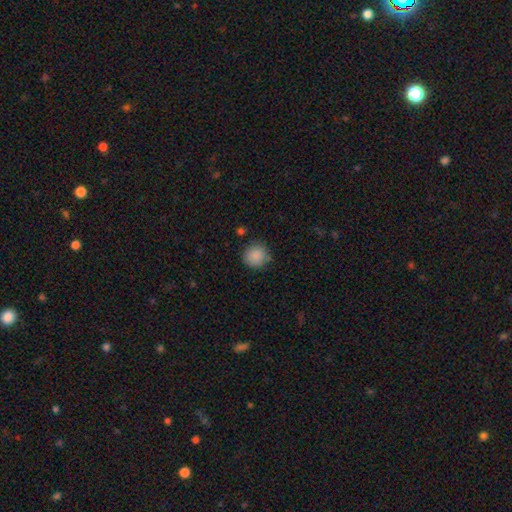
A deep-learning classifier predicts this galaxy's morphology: This is clearly a smooth galaxy (88%). How rounded: clearly round (92%). Merging: likely none (79%).